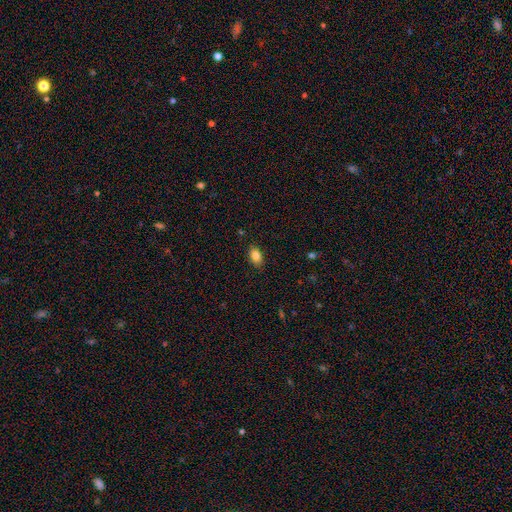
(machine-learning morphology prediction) A smooth galaxy with no disk features (85%) that is in between round and cigar-shaped (85%). Merging: none (87%).